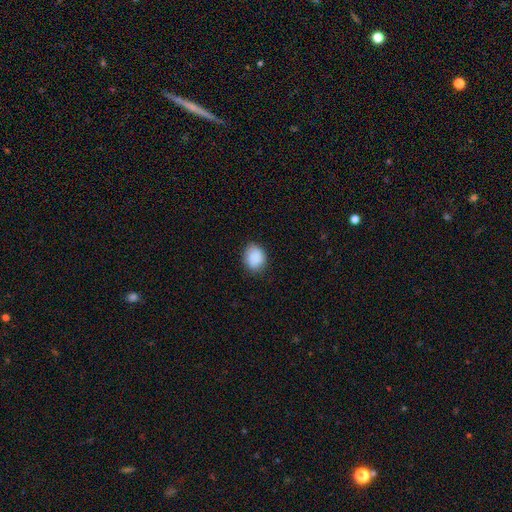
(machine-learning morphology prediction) smooth_or_featured: smooth (p=0.89) [alt: star or artifact p=0.07]
how_rounded: round (p=0.54) [alt: in between p=0.45]
merging: none (p=0.81) [alt: minor disturbance p=0.15]